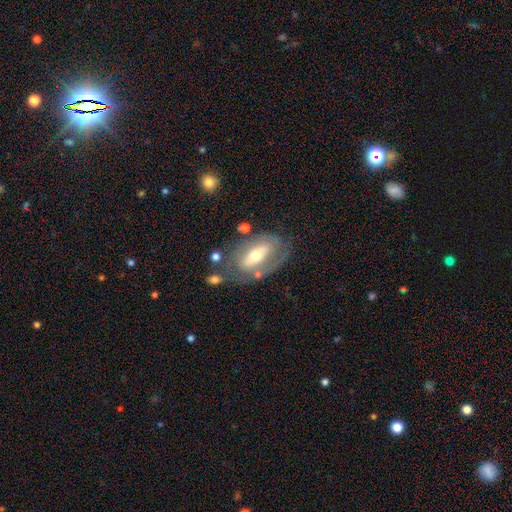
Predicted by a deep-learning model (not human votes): Overall: featured or disk (63%; smooth 30%). Edge-on disk: no (87%). Bar: strong (40%; no 32%). Spiral arms: no (56%; yes 44%). Bulge size: moderate (64%; small 26%). Merging: none (64%).